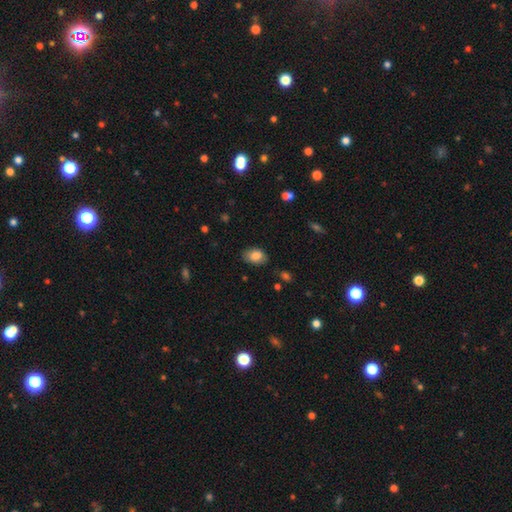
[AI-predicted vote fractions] This is clearly a smooth galaxy (83%). How rounded: clearly in between (82%). Merging: likely none (78%).